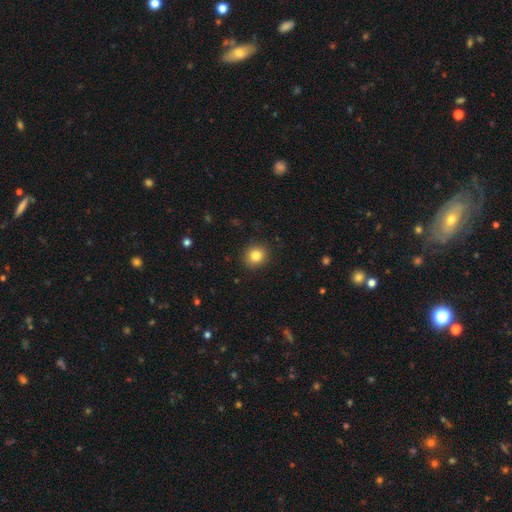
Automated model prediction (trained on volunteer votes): The model was most divided on "how rounded": round: 82%, in between: 17%, cigar-shaped: 1%. More confident: merging — none (91%); smooth or featured — smooth (84%).